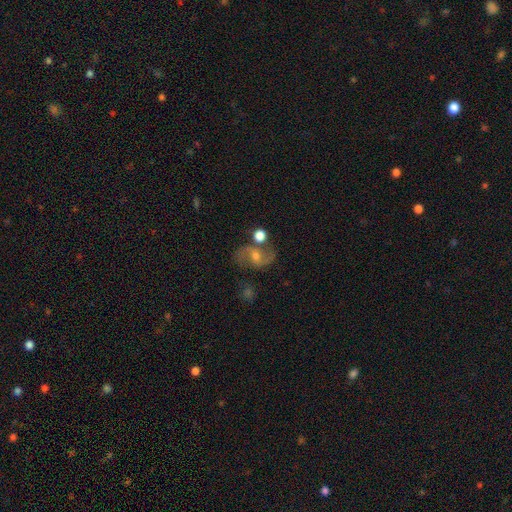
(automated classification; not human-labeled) Morphology: type=featured or disk (77%); edge-on=no (97%); bar=no (47%); spiral arms=yes (93%); winding=medium (46%); arm count=2 (93%); bulge=moderate (60%); merging=none (70%).